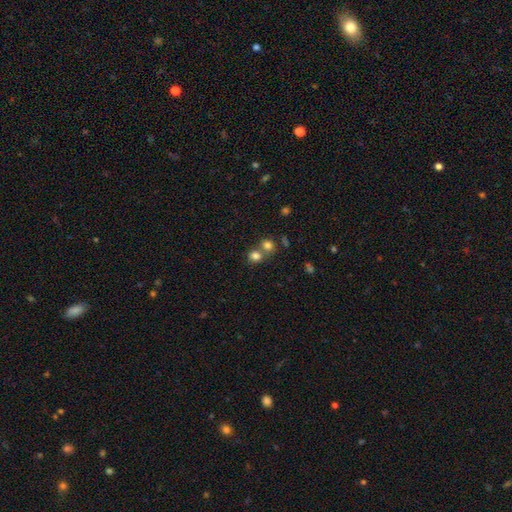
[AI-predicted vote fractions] Smooth or featured: smooth — 79% (star or artifact — 13%)
How rounded: round — 71% (in between — 28%)
Merging: merger — 45% (none — 44%)